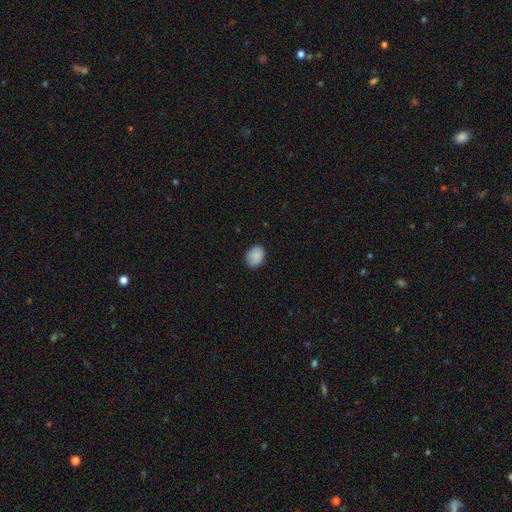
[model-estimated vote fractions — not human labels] Smooth or featured? smooth (89%)
How rounded? in between (64%)
Merging? none (85%)